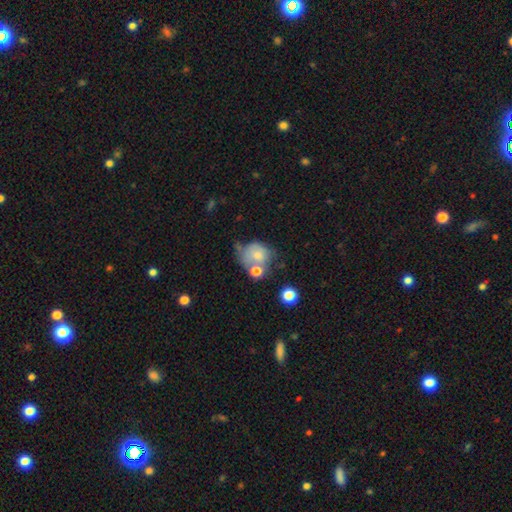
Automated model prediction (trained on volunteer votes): smooth-or-featured: smooth: 65% | featured or disk: 25% | star or artifact: 11%
  how-rounded: round: 70% | in between: 29% | cigar-shaped: 1%
  merging: none: 31% | merger: 27% | minor disturbance: 24% | major disturbance: 18%